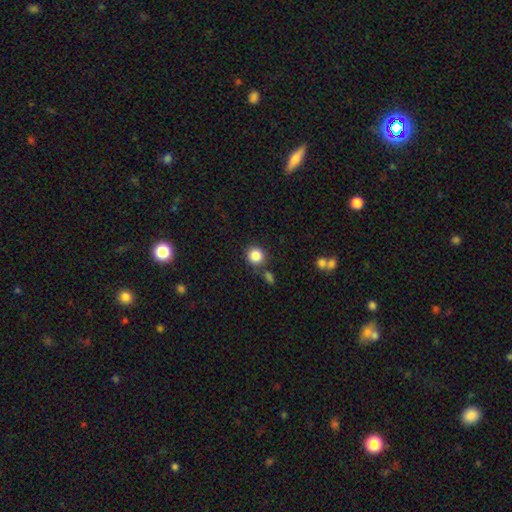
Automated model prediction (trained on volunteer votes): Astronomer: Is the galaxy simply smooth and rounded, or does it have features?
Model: smooth — 85%.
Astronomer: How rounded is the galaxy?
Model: round — 89%.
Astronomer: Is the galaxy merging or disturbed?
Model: none — 78%.